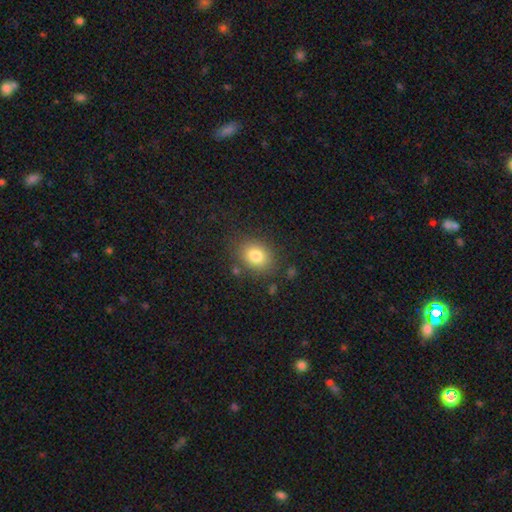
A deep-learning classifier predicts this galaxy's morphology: Smooth or featured: smooth — 81% (star or artifact — 10%)
How rounded: in between — 59% (round — 40%)
Merging: none — 81% (minor disturbance — 12%)